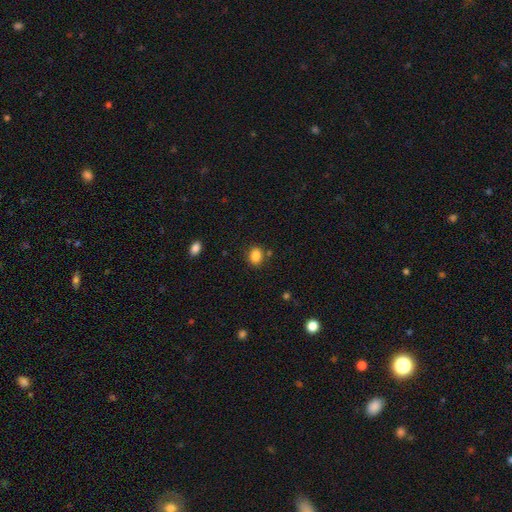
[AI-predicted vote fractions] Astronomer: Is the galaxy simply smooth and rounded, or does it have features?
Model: smooth — 86%.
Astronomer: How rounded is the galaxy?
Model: in between — 52% (runner-up: round, 47%).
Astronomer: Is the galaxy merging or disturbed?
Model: none — 80%.